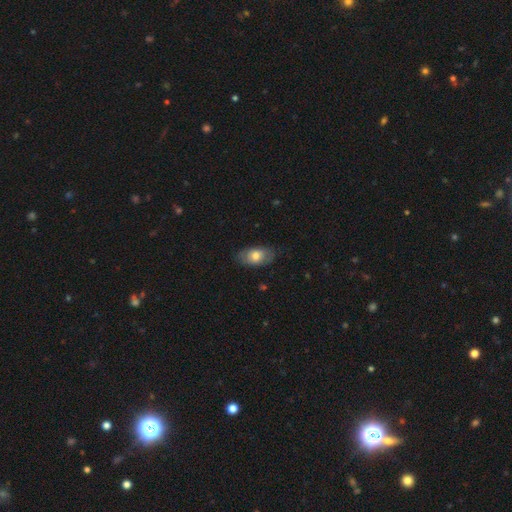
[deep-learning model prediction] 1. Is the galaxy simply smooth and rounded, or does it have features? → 69% smooth, 24% featured or disk, 7% star or artifact.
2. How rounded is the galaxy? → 91% in between, 7% round, 3% cigar-shaped.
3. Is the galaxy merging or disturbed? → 78% none, 18% minor disturbance, 4% major disturbance, 1% merger.